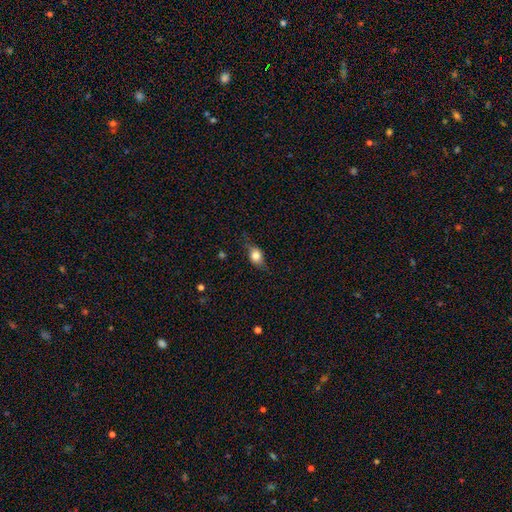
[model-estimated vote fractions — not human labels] smooth_or_featured: smooth (p=0.69) [alt: featured or disk p=0.22]
how_rounded: in between (p=0.62) [alt: round p=0.34]
merging: none (p=0.65) [alt: minor disturbance p=0.26]